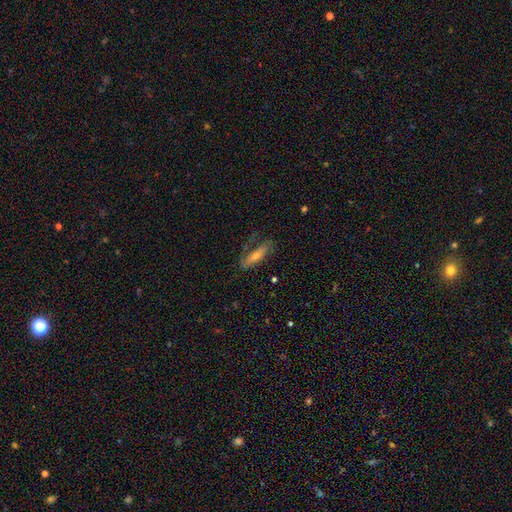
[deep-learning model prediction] This appears to be a featured or disk galaxy (49%). Merging: none (59%).